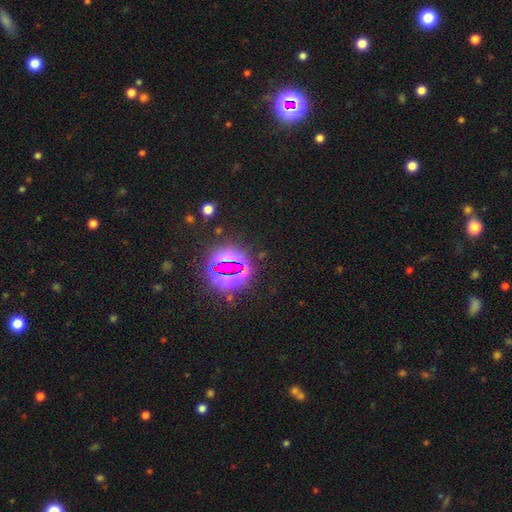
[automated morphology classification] smooth-or-featured: star or artifact: 82% | smooth: 10% | featured or disk: 8%